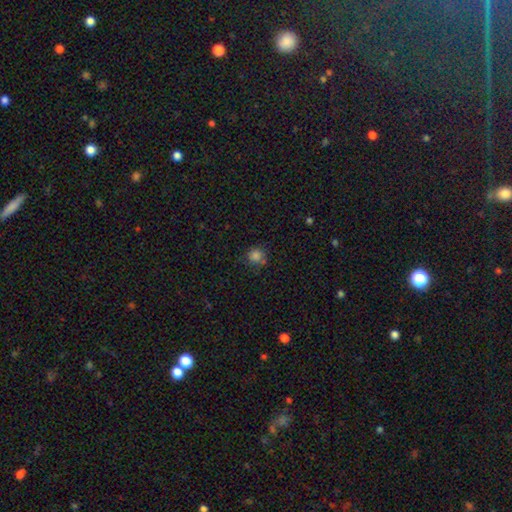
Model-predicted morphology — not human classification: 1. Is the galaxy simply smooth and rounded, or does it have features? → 81% smooth, 14% star or artifact, 5% featured or disk.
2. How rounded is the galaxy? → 90% round, 9% in between, 1% cigar-shaped.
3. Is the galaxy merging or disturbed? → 72% none, 16% minor disturbance, 7% merger, 4% major disturbance.